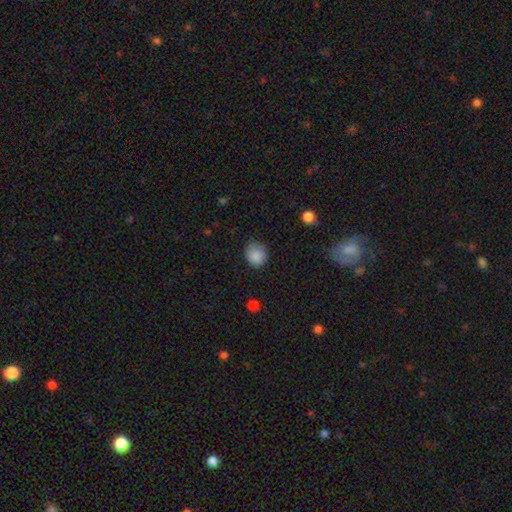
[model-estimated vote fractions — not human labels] The model was most divided on "merging": none: 72%, minor disturbance: 22%, major disturbance: 5%, merger: 1%. More confident: smooth or featured — smooth (87%); how rounded — round (75%).